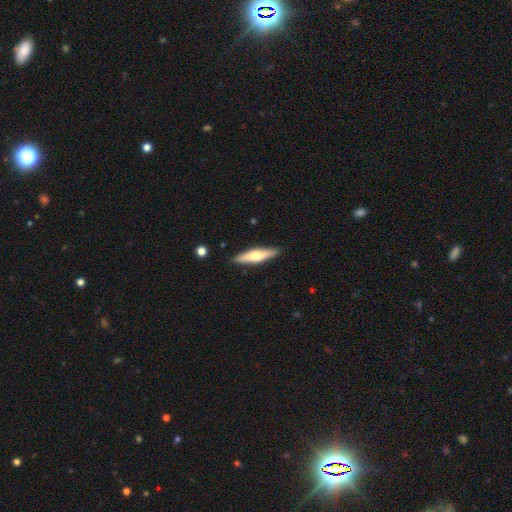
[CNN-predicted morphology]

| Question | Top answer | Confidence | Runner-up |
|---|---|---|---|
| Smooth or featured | smooth | 50% | featured or disk (45%) |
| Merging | none | 89% | minor disturbance (8%) |